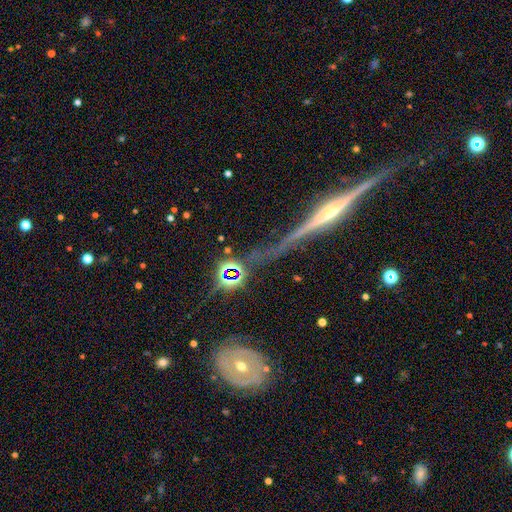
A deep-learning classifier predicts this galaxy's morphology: Smooth or featured? featured or disk (63%)
Edge-on disk? yes (81%)
Edge-on bulge? rounded (70%)
Merging? none (58%)